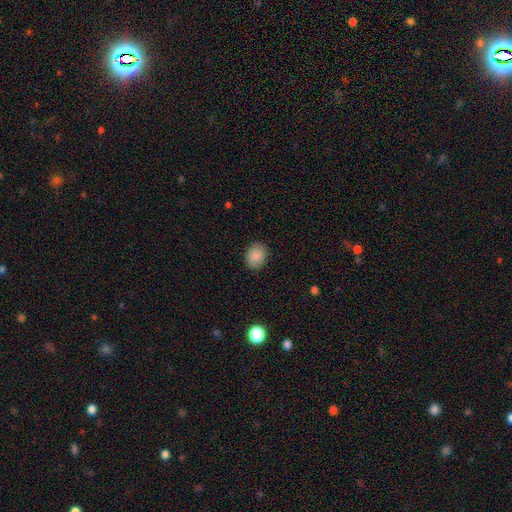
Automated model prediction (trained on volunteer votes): Overall: smooth (87%). How rounded: in between (53%; round 47%). Merging: none (86%).